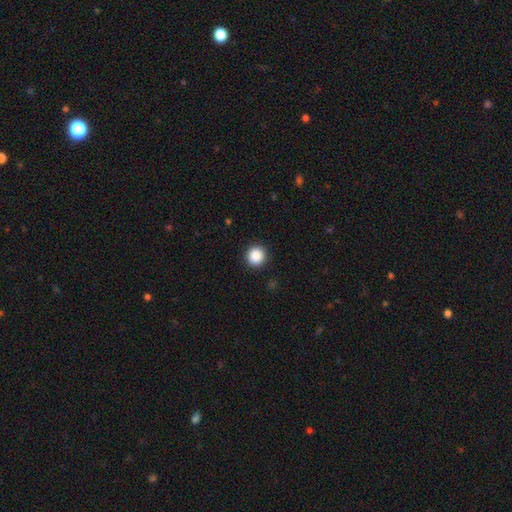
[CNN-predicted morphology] Overall: smooth (88%). How rounded: round (94%). Merging: none (92%).